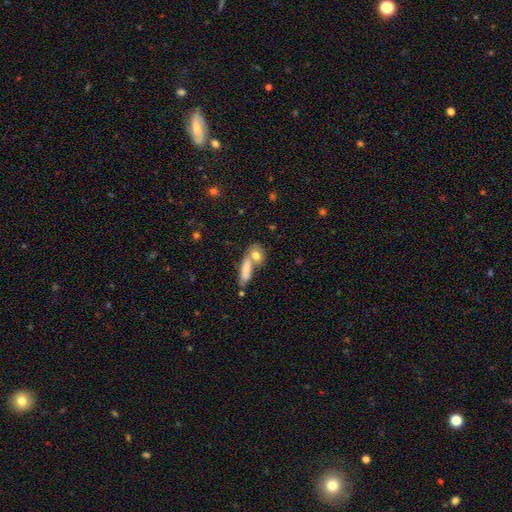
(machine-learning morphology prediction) This is likely a smooth galaxy (71%). How rounded: possibly in between (49%). Merging: possibly merger (47%).